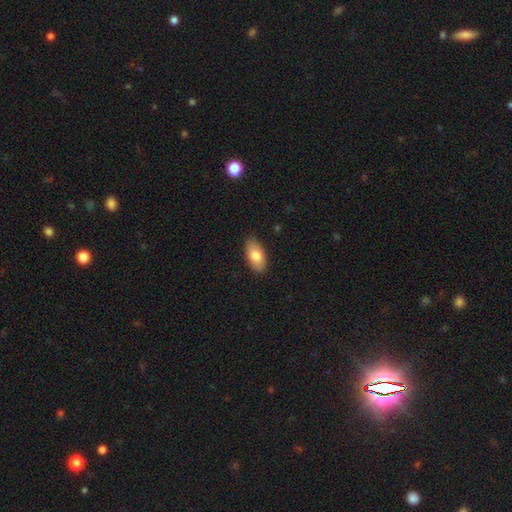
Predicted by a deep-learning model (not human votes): Smooth or featured? smooth (81%)
How rounded? in between (93%)
Merging? none (88%)